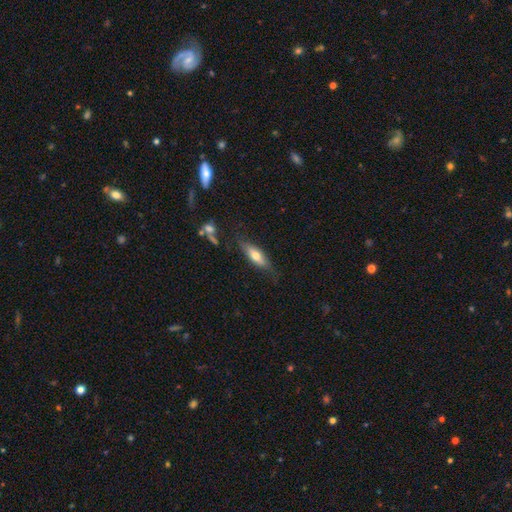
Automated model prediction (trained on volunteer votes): Q: Smooth or featured?
A: smooth (61%); runner-up: featured or disk (32%)
Q: How rounded?
A: in between (54%); runner-up: cigar-shaped (43%)
Q: Merging?
A: none (70%); runner-up: minor disturbance (20%)